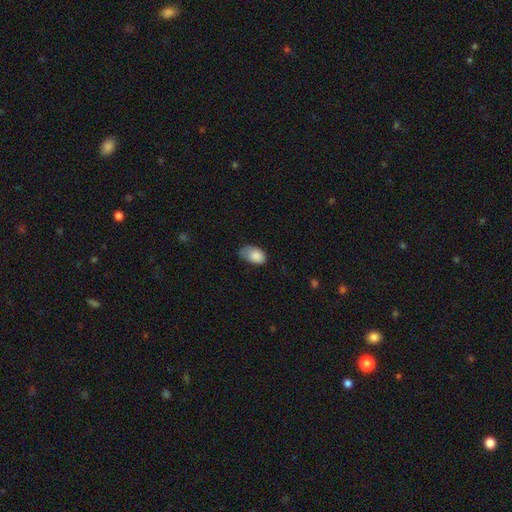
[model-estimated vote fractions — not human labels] A smooth galaxy with no disk features (85%) that is in between round and cigar-shaped (87%). Merging: minor disturbance (46%).